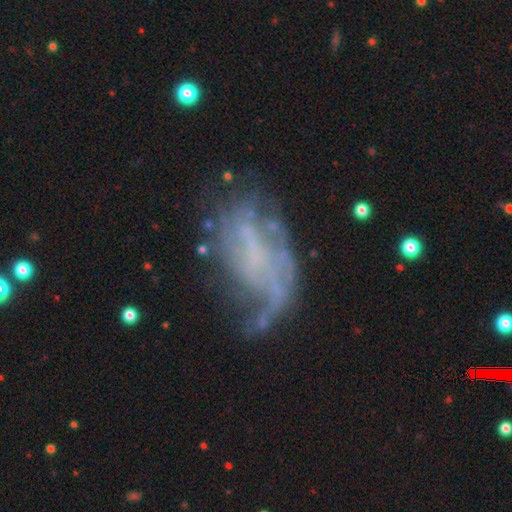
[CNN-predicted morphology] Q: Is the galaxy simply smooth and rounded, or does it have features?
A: featured or disk — 69%.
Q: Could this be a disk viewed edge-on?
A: no — 96%.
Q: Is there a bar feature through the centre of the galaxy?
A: no — 64%.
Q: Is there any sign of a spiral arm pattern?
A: yes — 59%.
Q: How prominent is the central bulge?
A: none — 75%.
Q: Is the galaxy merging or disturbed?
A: major disturbance — 37%.